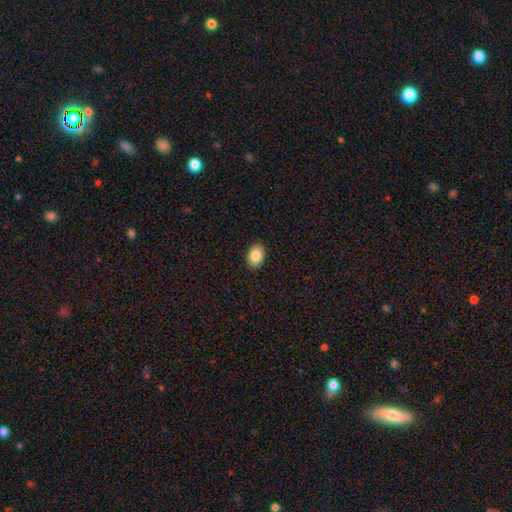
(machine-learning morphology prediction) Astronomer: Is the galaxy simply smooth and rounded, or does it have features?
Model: smooth — 85%.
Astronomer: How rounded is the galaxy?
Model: in between — 79%.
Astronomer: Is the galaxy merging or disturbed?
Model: none — 90%.